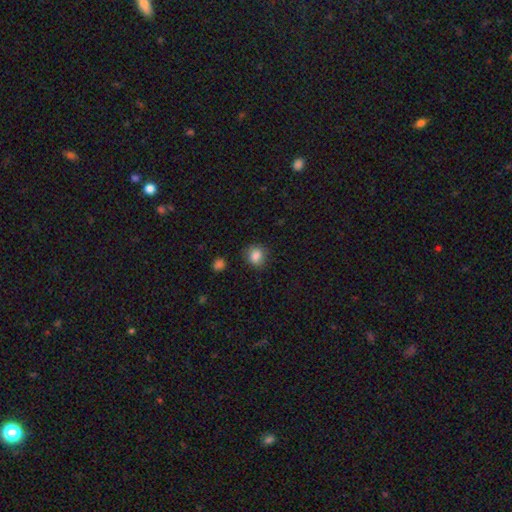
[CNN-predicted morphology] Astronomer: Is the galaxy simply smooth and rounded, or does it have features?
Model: smooth — 85%.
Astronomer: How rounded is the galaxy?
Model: round — 68%.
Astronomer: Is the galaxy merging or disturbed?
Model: none — 77%.